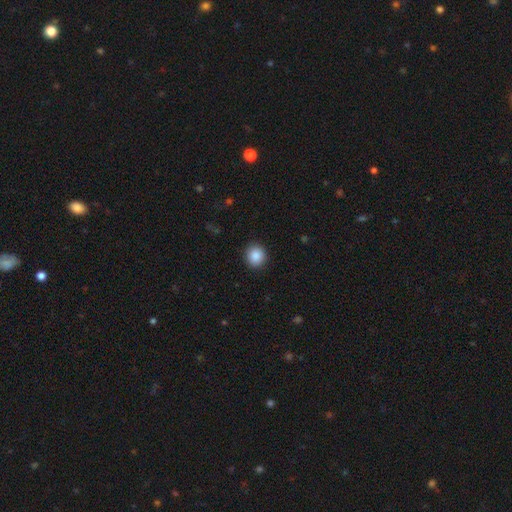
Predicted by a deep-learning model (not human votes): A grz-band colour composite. It shows a smooth galaxy with no disk features (88%) that is round (88%). Merging: none (91%).